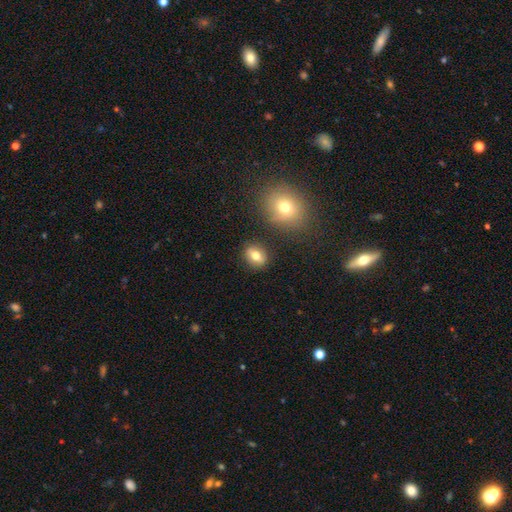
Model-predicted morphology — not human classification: The model was most divided on "how rounded": in between: 53%, round: 45%, cigar-shaped: 2%. More confident: merging — none (84%); smooth or featured — smooth (71%).